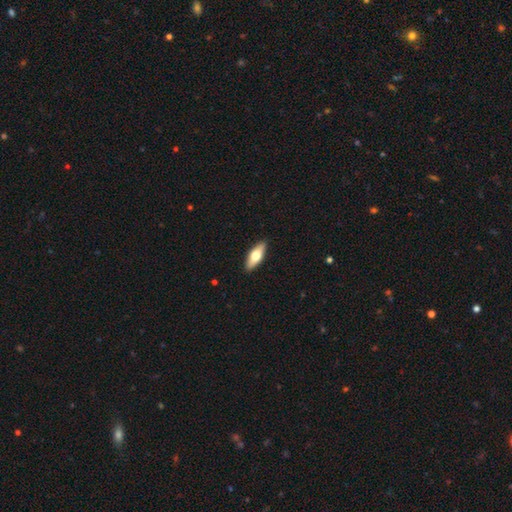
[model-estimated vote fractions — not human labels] Smooth or featured? Predicted: smooth (p=0.57). How rounded? Predicted: in between (p=0.65). Merging? Predicted: none (p=0.90).